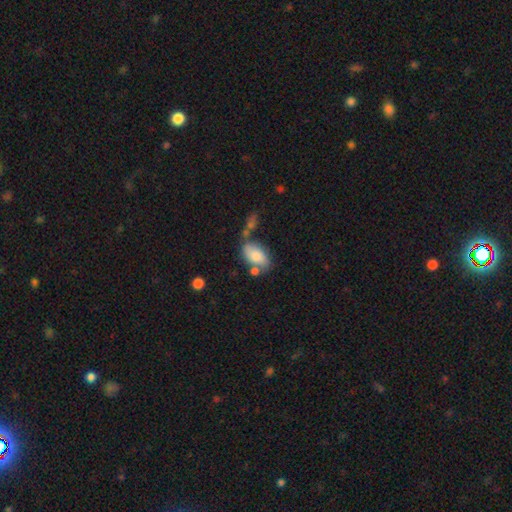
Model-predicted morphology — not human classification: Overall: smooth (78%). How rounded: in between (92%). Merging: none (55%; minor disturbance 20%).